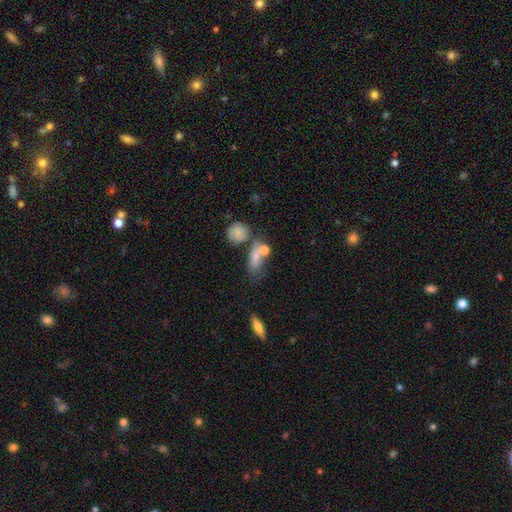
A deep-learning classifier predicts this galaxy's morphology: This appears to be a smooth galaxy with no disk features (66%) that is in between round and cigar-shaped (58%). Merging: none (45%).